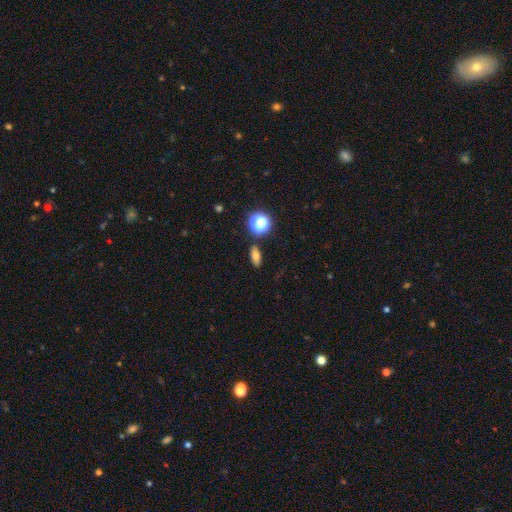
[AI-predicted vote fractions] Overall: smooth (72%). How rounded: in between (75%). Merging: none (87%).